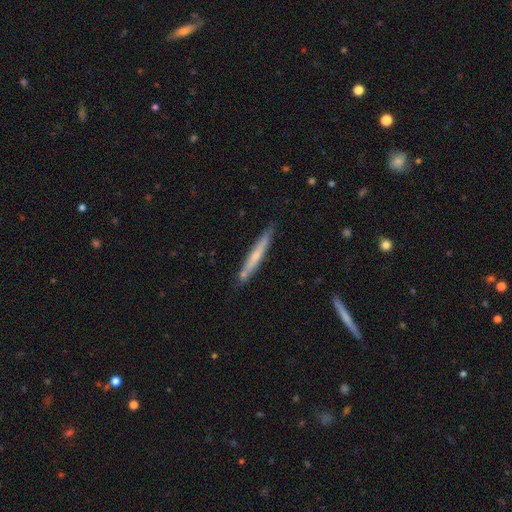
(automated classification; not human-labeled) Overall: smooth (53%; featured or disk 41%). How rounded: cigar-shaped (96%). Merging: none (83%).